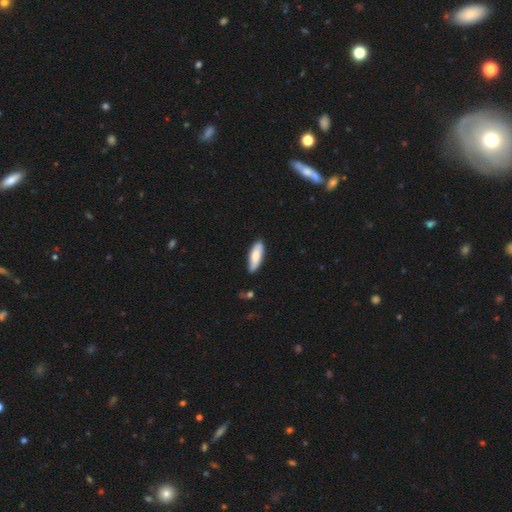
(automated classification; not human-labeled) This is likely a smooth galaxy (74%). How rounded: possibly in between (56%). Merging: likely none (79%).